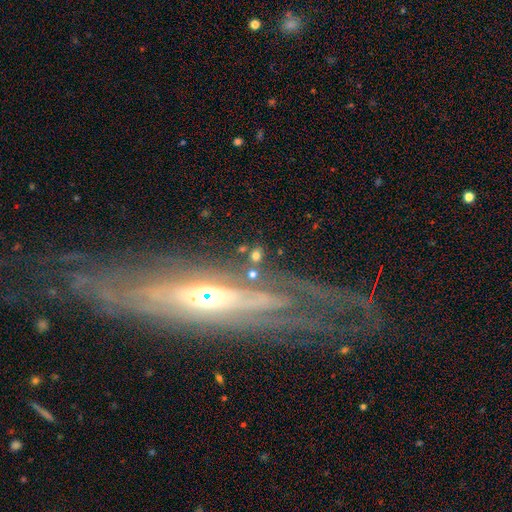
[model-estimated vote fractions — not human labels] smooth_or_featured: smooth (p=0.60) [alt: featured or disk p=0.20]
how_rounded: round (p=0.55) [alt: in between p=0.39]
merging: none (p=0.78) [alt: minor disturbance p=0.11]